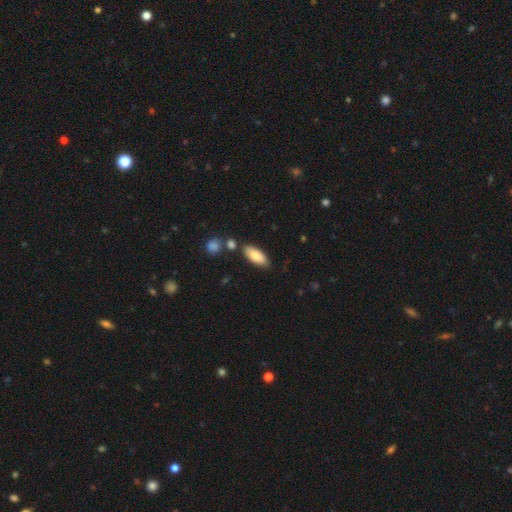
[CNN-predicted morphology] Smooth or featured? smooth (85%)
How rounded? in between (83%)
Merging? none (78%)